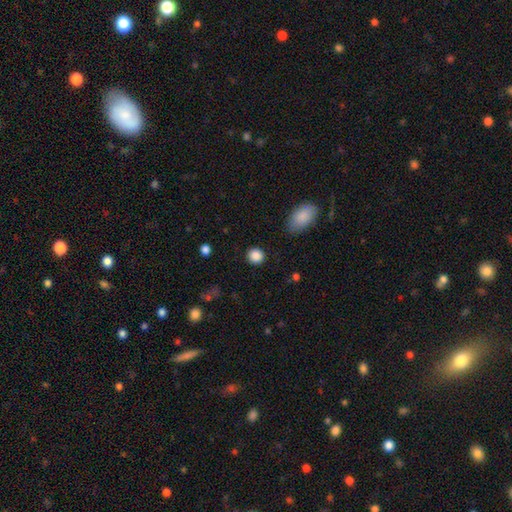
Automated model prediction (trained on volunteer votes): Smooth or featured? Predicted: smooth (p=0.87). How rounded? Predicted: round (p=0.86). Merging? Predicted: none (p=0.89).